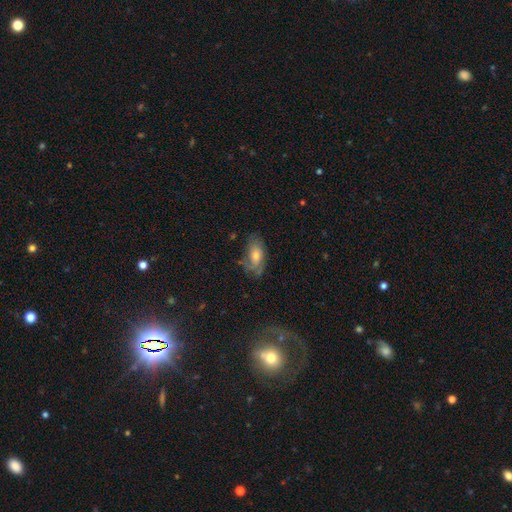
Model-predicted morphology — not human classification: Smooth or featured? Predicted: smooth (p=0.50). How rounded? Predicted: in between (p=0.87). Merging? Predicted: none (p=0.63).